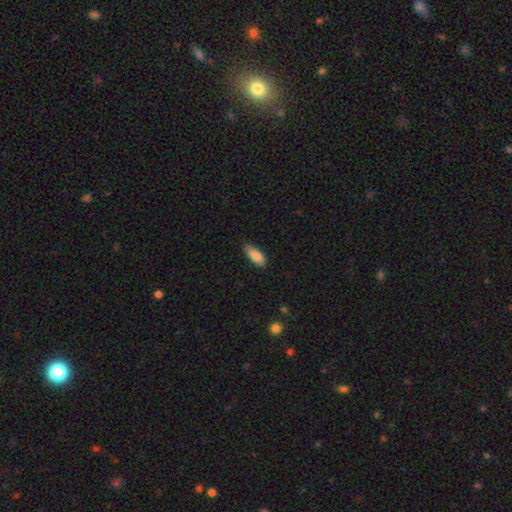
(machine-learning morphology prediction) A smooth galaxy with no disk features (84%) that is in between round and cigar-shaped (78%). Merging: none (75%).